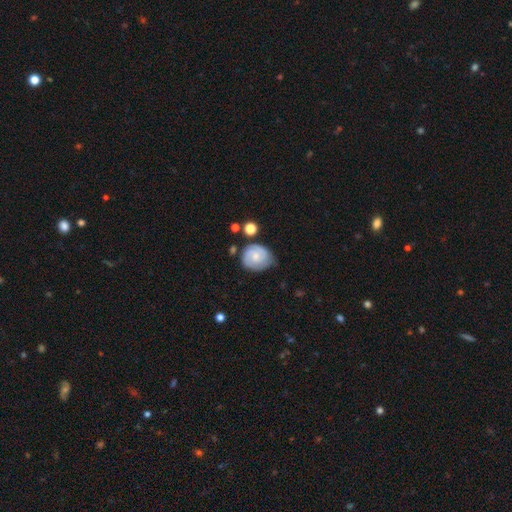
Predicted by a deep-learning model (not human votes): This appears to be a featured or disk galaxy (55%) with no bar (70%), spiral arms (86%) and a small central bulge (54%). Merging: none (61%).